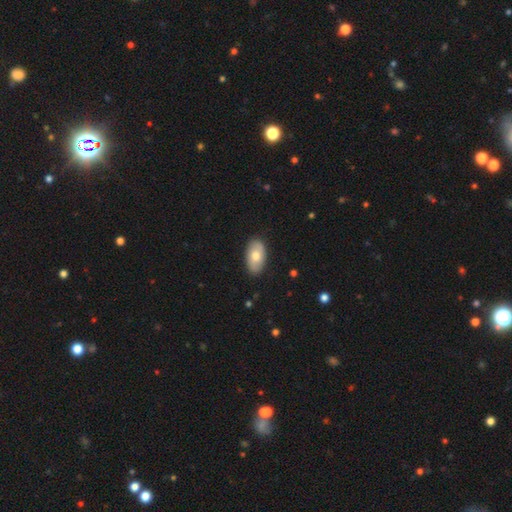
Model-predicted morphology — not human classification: smooth-or-featured: smooth: 69% | featured or disk: 26% | star or artifact: 6%
  how-rounded: in between: 94% | round: 4% | cigar-shaped: 2%
  merging: none: 87% | minor disturbance: 10% | major disturbance: 2% | merger: 1%